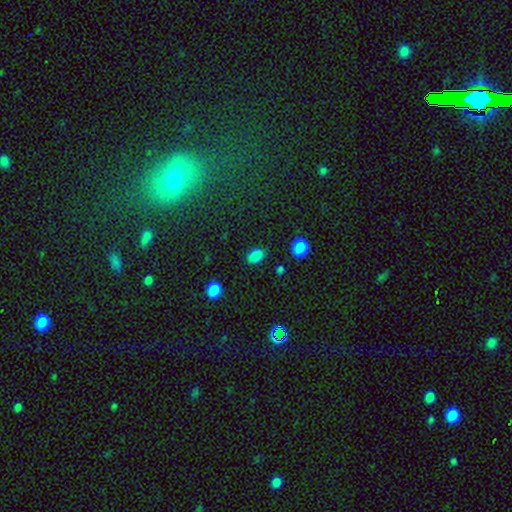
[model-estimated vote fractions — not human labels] Smooth or featured? Predicted: smooth (p=0.85). How rounded? Predicted: in between (p=0.81). Merging? Predicted: none (p=0.82).